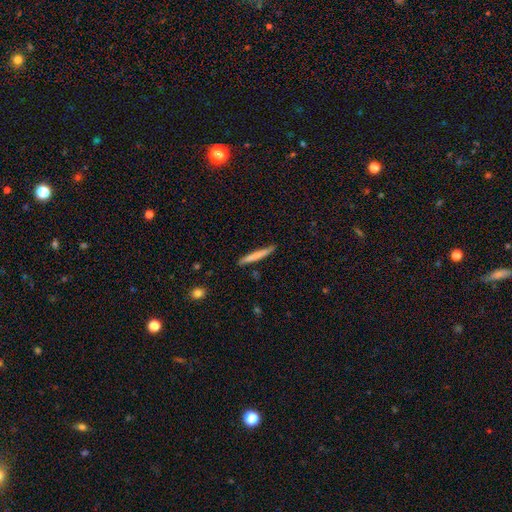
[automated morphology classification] Overall: smooth (71%). How rounded: cigar-shaped (96%). Merging: none (88%).